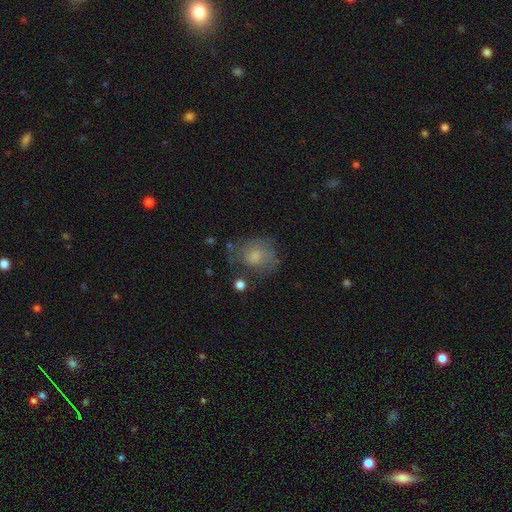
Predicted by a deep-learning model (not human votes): This is possibly a smooth galaxy (53%). How rounded: likely round (65%). Merging: possibly none (52%).